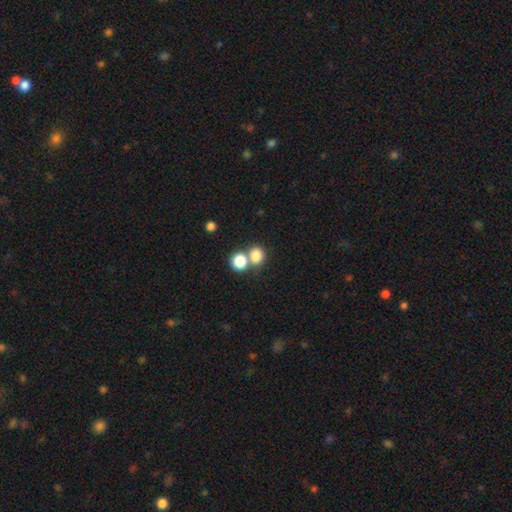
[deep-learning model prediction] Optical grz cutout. It shows a smooth galaxy with no disk features (81%) that is round (74%). Merging: none (49%).